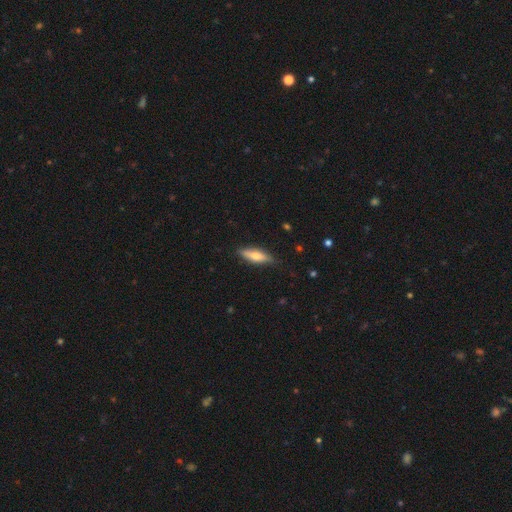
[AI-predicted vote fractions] A smooth galaxy with no disk features (58%) that is cigar-shaped (56%). Merging: none (84%).